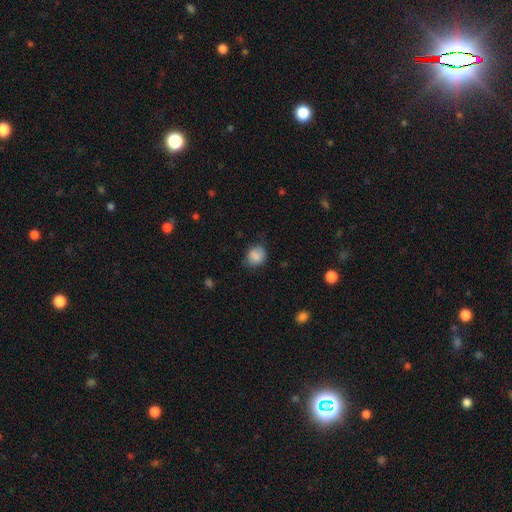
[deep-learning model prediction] Smooth or featured: smooth — 86% (star or artifact — 8%)
How rounded: round — 68% (in between — 31%)
Merging: none — 72% (minor disturbance — 21%)